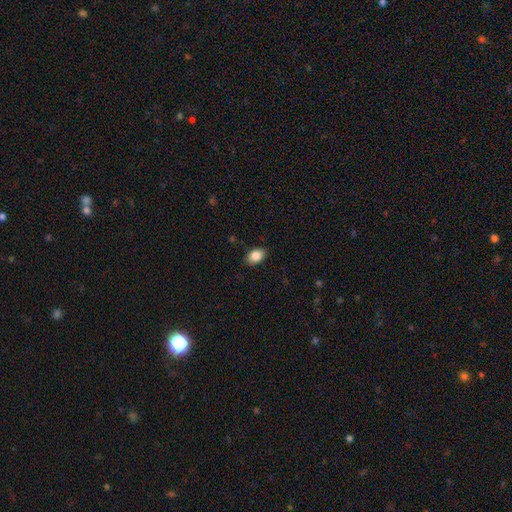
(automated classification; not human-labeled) Smooth or featured?
  - smooth: 86% *
  - star or artifact: 8%
  - featured or disk: 6%
How rounded?
  - in between: 80% *
  - round: 19%
  - cigar-shaped: 1%
Merging?
  - none: 84% *
  - minor disturbance: 13%
  - major disturbance: 3%
  - merger: 1%